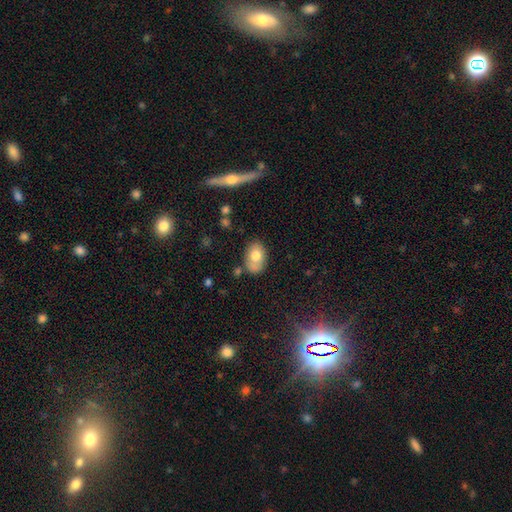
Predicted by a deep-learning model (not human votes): smooth 74%, featured or disk 18%, star or artifact 8%. Down the decision tree: how rounded — in between (83%); merging — none (62%).